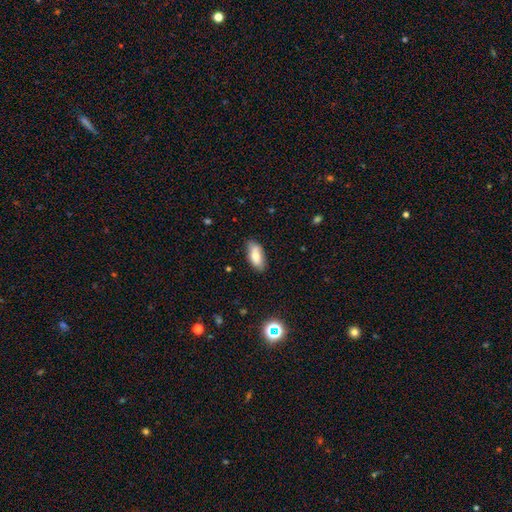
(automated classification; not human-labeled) The model was most divided on "smooth or featured": smooth: 70%, featured or disk: 23%, star or artifact: 8%. More confident: how rounded — in between (87%); merging — none (80%).